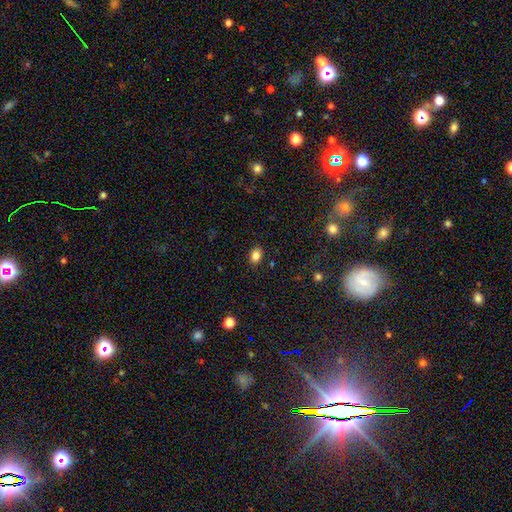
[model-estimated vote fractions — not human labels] Smooth or featured? smooth (84%)
How rounded? in between (71%)
Merging? none (87%)